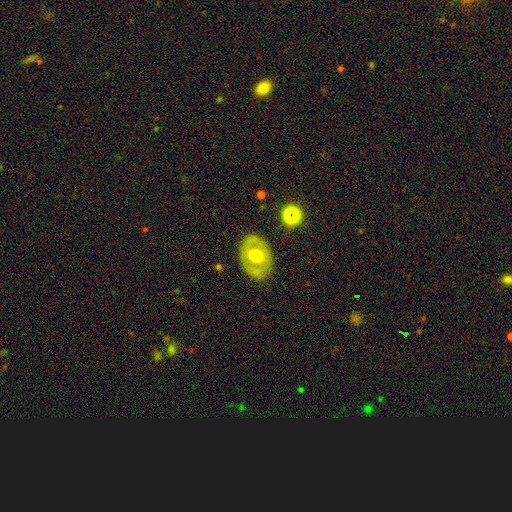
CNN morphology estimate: Overall: featured or disk (51%; smooth 43%). Edge-on disk: no (92%). Merging: none (82%).